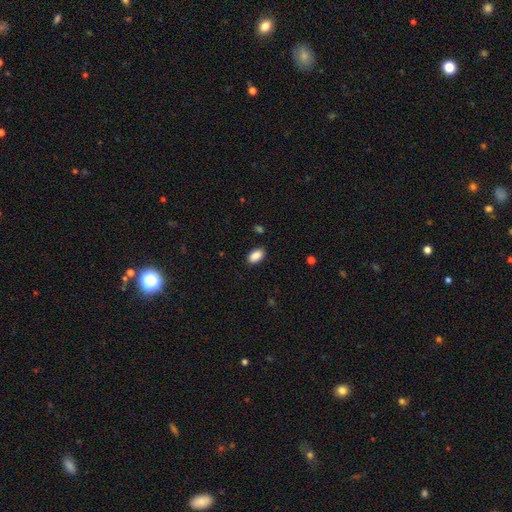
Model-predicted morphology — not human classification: type=smooth (89%); roundness=in between (93%); merging=none (86%).